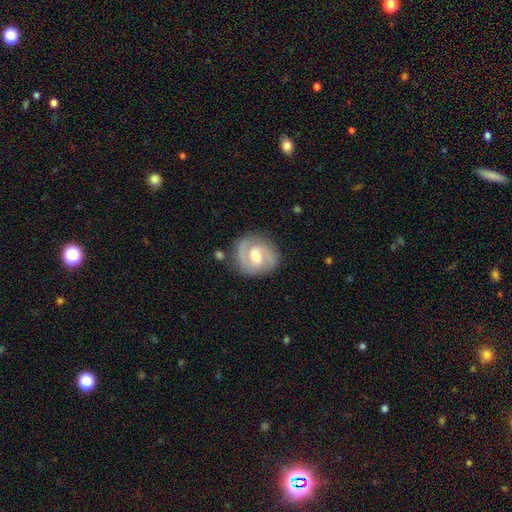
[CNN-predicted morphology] Overall: featured or disk (81%). Edge-on disk: no (98%). Bar: weak (55%; no 27%). Spiral arms: yes (93%). Spiral arm count: 2 (87%). Spiral winding: medium (47%; tight 41%). Bulge size: moderate (72%). Merging: none (82%).